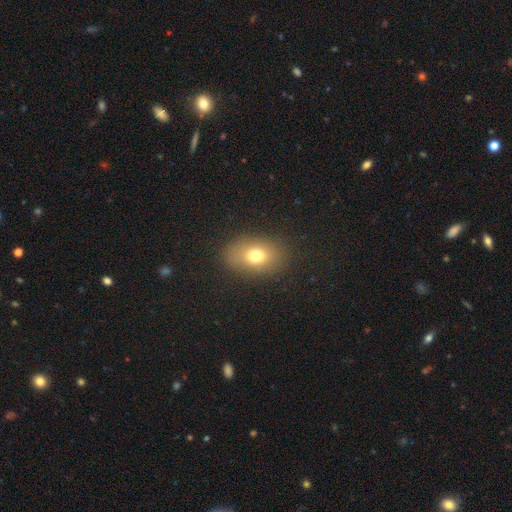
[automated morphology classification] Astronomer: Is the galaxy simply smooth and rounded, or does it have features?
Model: smooth — 73%.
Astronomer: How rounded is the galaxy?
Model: in between — 77%.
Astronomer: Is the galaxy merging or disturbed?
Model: none — 84%.